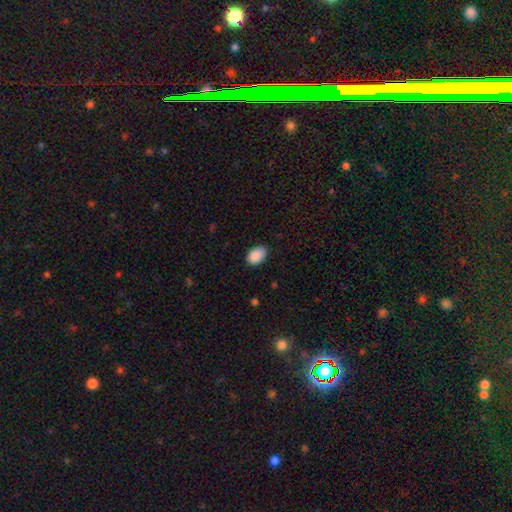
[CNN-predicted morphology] type=smooth (90%); roundness=in between (87%); merging=none (81%).